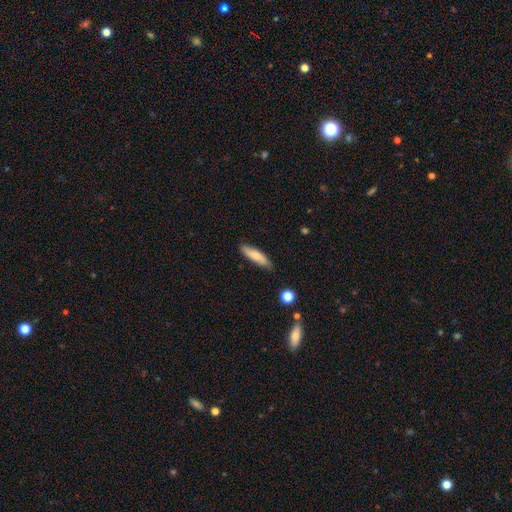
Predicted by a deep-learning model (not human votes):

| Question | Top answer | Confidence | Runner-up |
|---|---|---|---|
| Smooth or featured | smooth | 77% | featured or disk (17%) |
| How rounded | cigar-shaped | 72% | in between (26%) |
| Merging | none | 83% | minor disturbance (13%) |